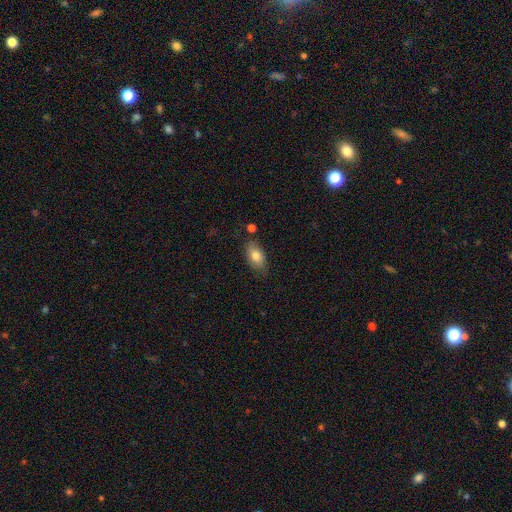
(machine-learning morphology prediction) A smooth galaxy with no disk features (79%) that is in between round and cigar-shaped (91%).

Vote fractions:
- Smooth or featured? smooth: 79% / featured or disk: 14% / star or artifact: 7%
- How rounded? in between: 91% / round: 6% / cigar-shaped: 3%
- Merging? none: 74% / minor disturbance: 18% / major disturbance: 4% / merger: 4%